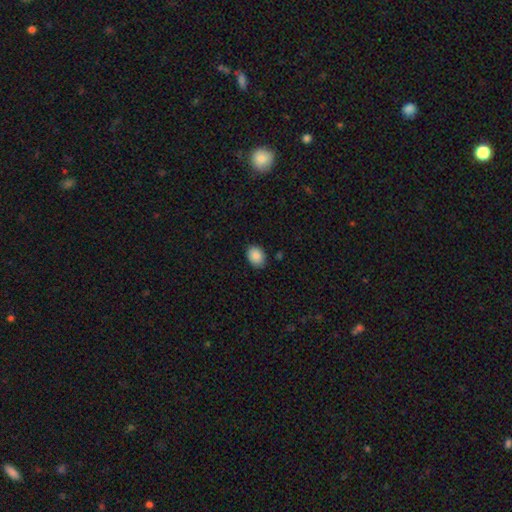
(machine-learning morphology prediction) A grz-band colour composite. It shows a smooth galaxy with no disk features (88%) that is in between round and cigar-shaped (68%). Merging: none (85%).